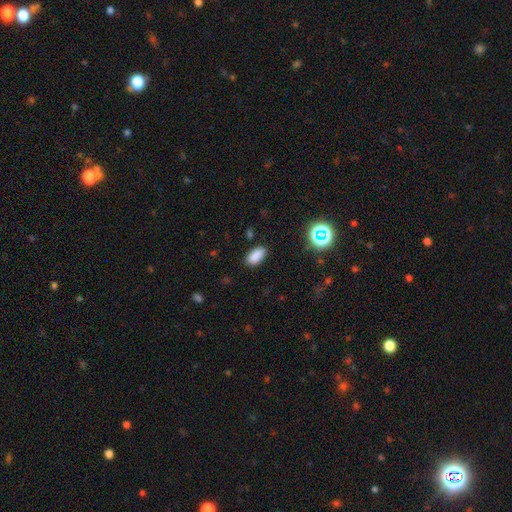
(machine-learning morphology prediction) Smooth or featured: smooth — 86% (star or artifact — 11%)
How rounded: in between — 92% (cigar-shaped — 4%)
Merging: none — 87% (minor disturbance — 9%)